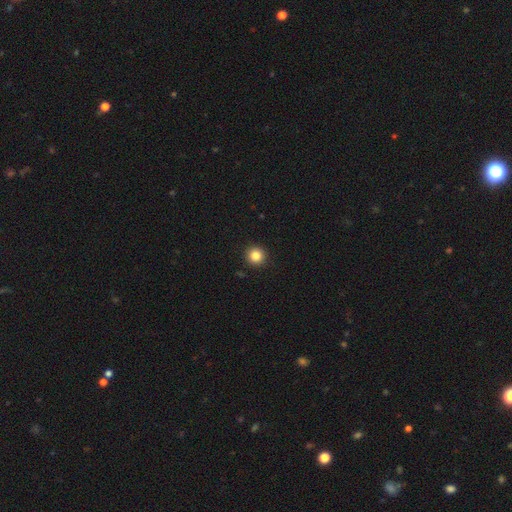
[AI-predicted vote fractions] The model was most divided on "smooth or featured": smooth: 84%, star or artifact: 11%, featured or disk: 5%. More confident: how rounded — round (95%); merging — none (93%).